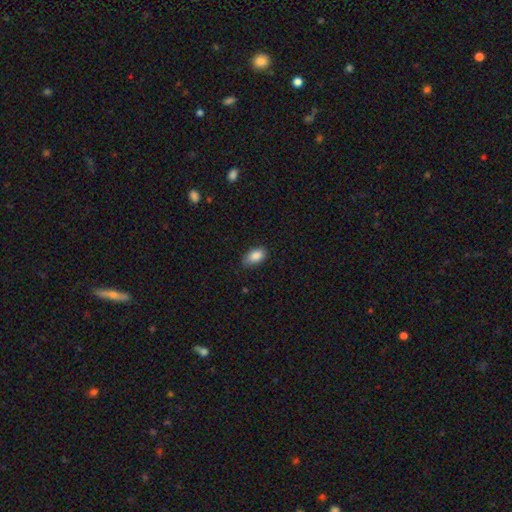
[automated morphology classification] Smooth or featured?
  - smooth: 87% *
  - star or artifact: 7%
  - featured or disk: 6%
How rounded?
  - in between: 91% *
  - round: 7%
  - cigar-shaped: 2%
Merging?
  - none: 72% *
  - minor disturbance: 23%
  - major disturbance: 4%
  - merger: 1%